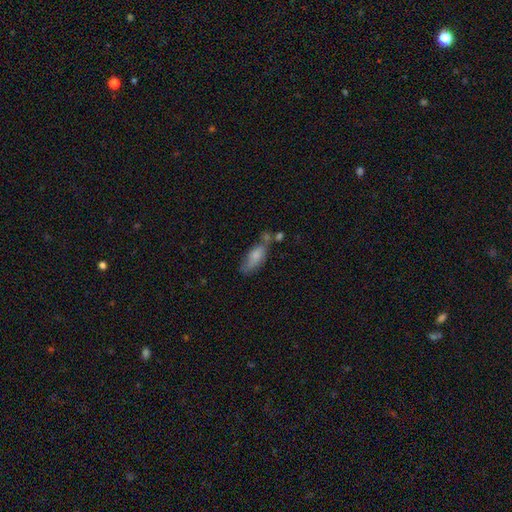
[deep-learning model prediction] Morphology: type=smooth (74%); roundness=in between (69%); merging=none (40%).